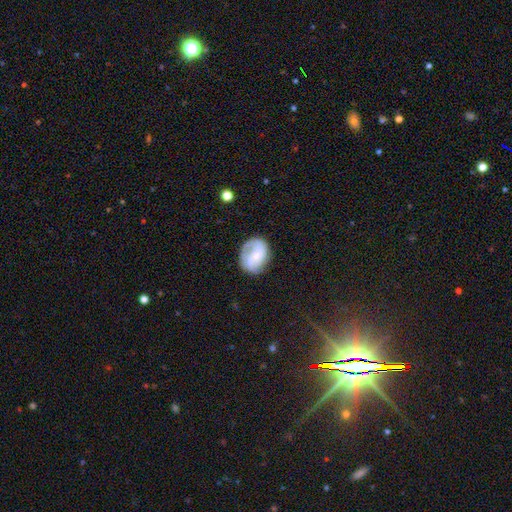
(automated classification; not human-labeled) Smooth or featured: featured or disk — 64% (smooth — 29%)
Edge-on disk: no — 98% (yes — 2%)
Bar: no — 67% (weak — 26%)
Spiral arms: yes — 88% (no — 12%)
Spiral winding: medium — 40% (tight — 39%)
Spiral arm count: 2 — 51% (can't tell — 20%)
Bulge size: small — 61% (moderate — 21%)
Merging: none — 62% (minor disturbance — 23%)